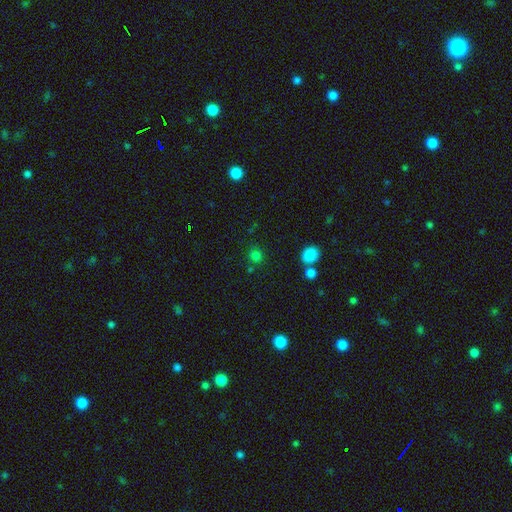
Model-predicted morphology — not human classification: This appears to be a smooth galaxy with no disk features (76%) that is round (85%). Merging: none (75%).